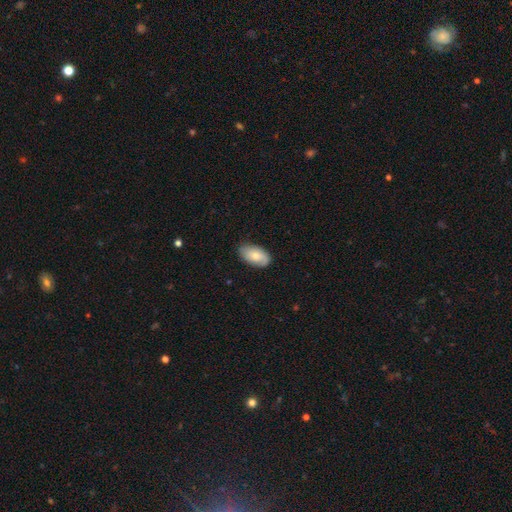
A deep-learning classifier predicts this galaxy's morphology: Overall: smooth (66%; featured or disk 27%). How rounded: in between (94%). Merging: none (79%).